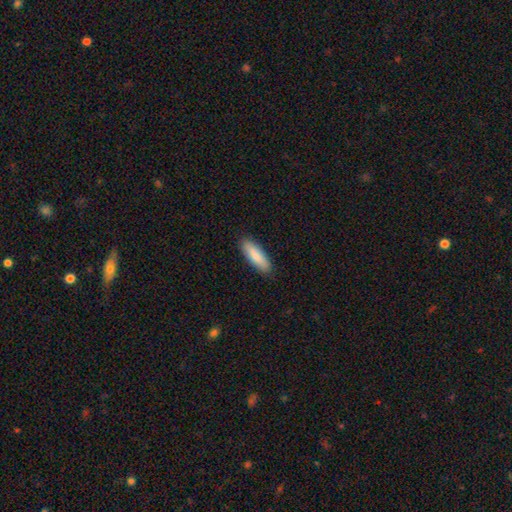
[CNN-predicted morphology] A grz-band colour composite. It shows a smooth galaxy with no disk features (85%) that is in between round and cigar-shaped (55%). Merging: none (89%).